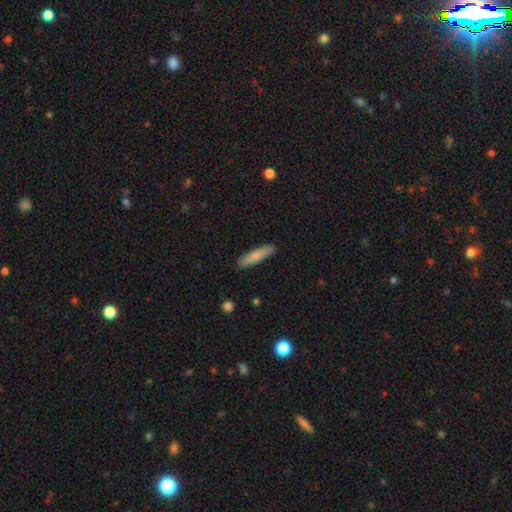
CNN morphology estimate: Smooth or featured: smooth — 79% (featured or disk — 15%)
How rounded: cigar-shaped — 78% (in between — 21%)
Merging: none — 89% (minor disturbance — 8%)